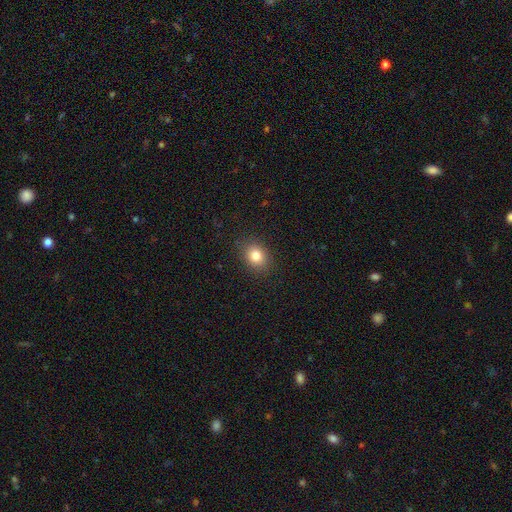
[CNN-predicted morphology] This is clearly a smooth galaxy (81%). How rounded: possibly round (54%). Merging: clearly none (88%).